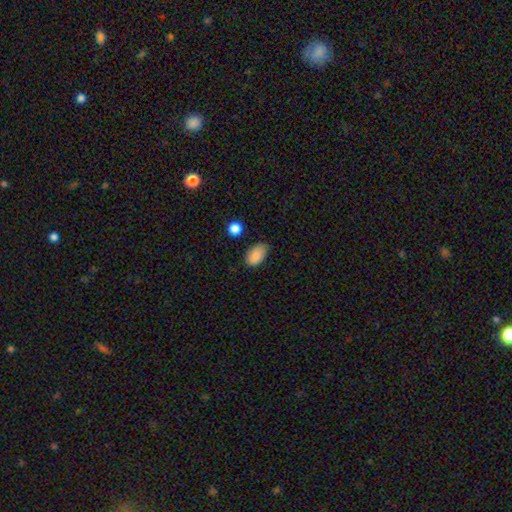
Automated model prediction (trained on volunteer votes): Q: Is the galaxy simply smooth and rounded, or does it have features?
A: smooth — 86%.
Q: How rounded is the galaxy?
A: in between — 91%.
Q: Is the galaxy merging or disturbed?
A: none — 67%.